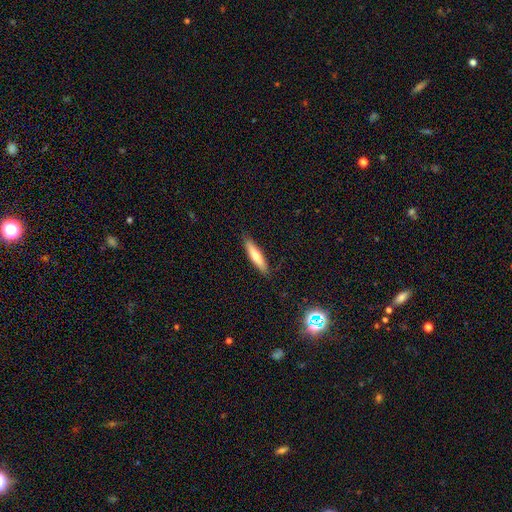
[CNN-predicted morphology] Smooth or featured: smooth — 63% (featured or disk — 30%)
How rounded: cigar-shaped — 84% (in between — 15%)
Merging: none — 88% (minor disturbance — 9%)